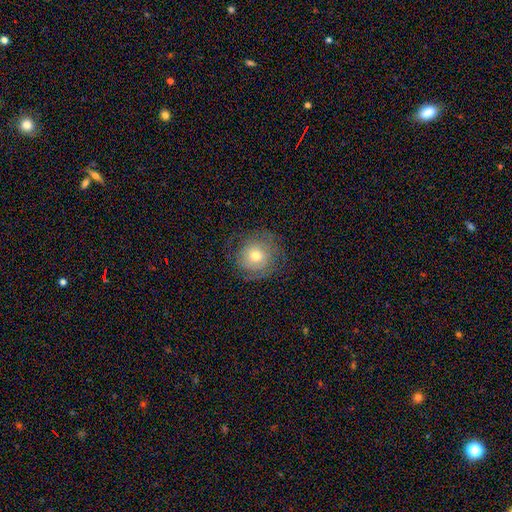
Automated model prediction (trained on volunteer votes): Overall: smooth (51%; featured or disk 38%). How rounded: round (92%). Merging: none (75%).